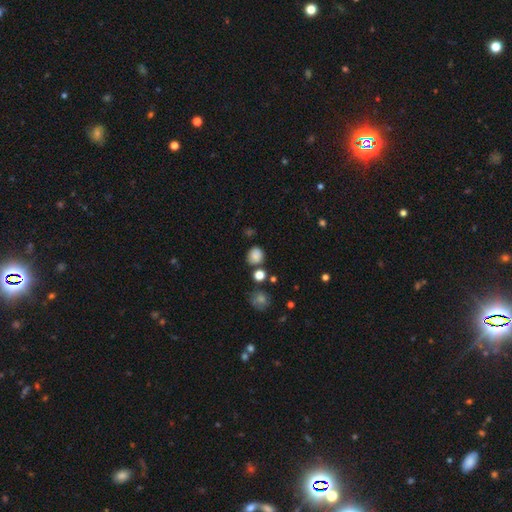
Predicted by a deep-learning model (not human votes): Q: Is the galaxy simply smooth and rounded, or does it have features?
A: smooth — 80%.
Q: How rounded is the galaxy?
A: round — 79%.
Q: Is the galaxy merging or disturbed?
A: none — 72%.